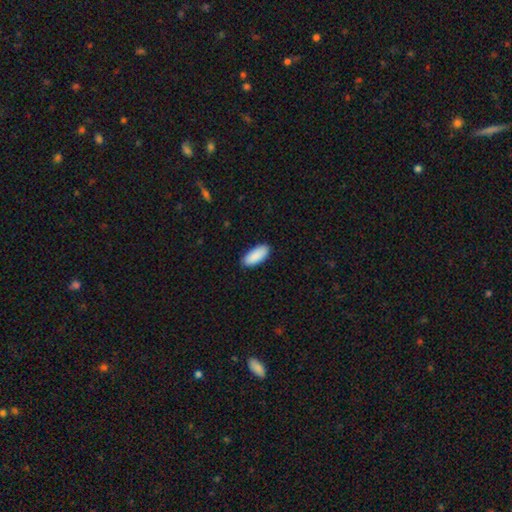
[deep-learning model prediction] Smooth or featured? Predicted: smooth (p=0.91). How rounded? Predicted: in between (p=0.88). Merging? Predicted: none (p=0.88).